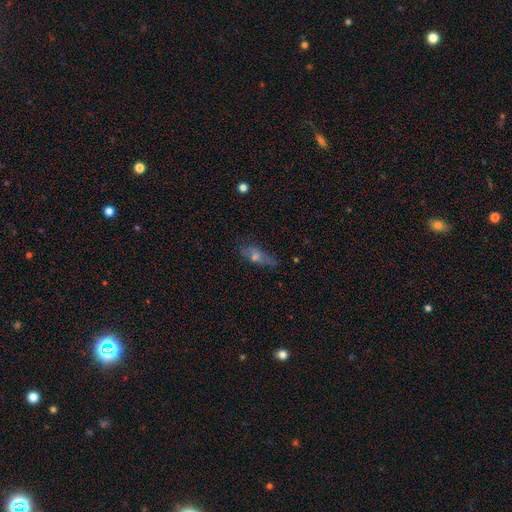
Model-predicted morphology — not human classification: Smooth or featured?
  - featured or disk: 42% * (tied)
  - smooth: 42% * (tied)
  - star or artifact: 16%
Merging?
  - none: 58% *
  - minor disturbance: 25%
  - major disturbance: 13%
  - merger: 4%